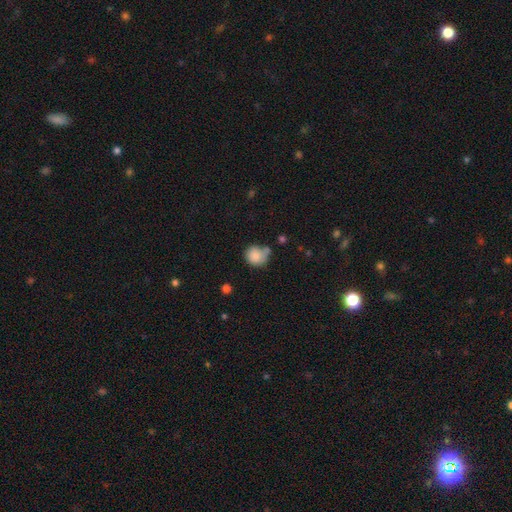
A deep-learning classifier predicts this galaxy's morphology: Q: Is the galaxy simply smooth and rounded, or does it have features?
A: smooth — 85%.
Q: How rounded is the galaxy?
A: round — 85%.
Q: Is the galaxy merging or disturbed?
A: none — 52%.